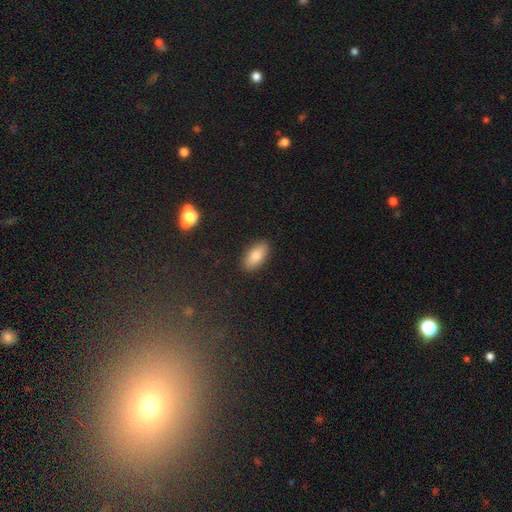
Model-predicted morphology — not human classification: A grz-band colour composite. It shows a smooth galaxy with no disk features (82%) that is in between round and cigar-shaped (91%). Merging: none (89%).